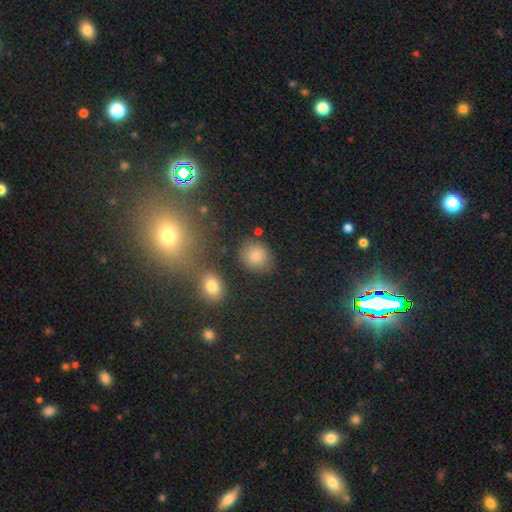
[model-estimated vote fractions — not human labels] Morphology: type=smooth (76%); roundness=round (78%); merging=none (78%).